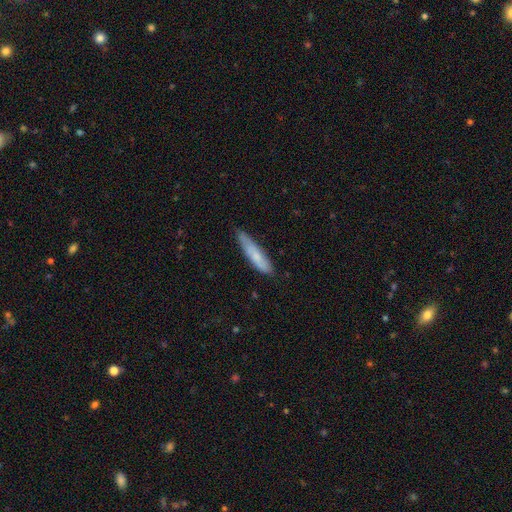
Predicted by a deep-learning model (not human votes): Morphology: type=smooth (72%); roundness=cigar-shaped (84%); merging=none (71%).